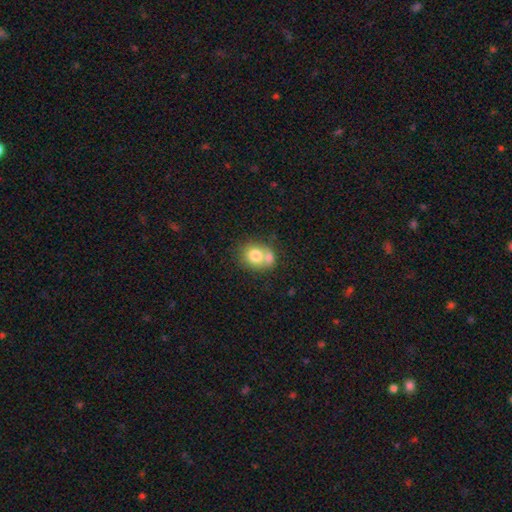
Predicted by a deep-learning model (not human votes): smooth-or-featured: smooth: 75% | featured or disk: 16% | star or artifact: 9%
  how-rounded: round: 64% | in between: 35% | cigar-shaped: 1%
  merging: merger: 52% | none: 34% | minor disturbance: 10% | major disturbance: 4%